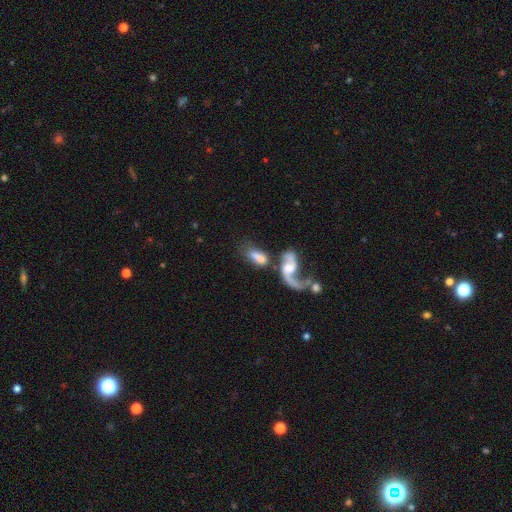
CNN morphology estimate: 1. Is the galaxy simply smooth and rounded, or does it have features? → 52% smooth, 40% featured or disk, 8% star or artifact.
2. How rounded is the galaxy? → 79% in between, 16% cigar-shaped, 6% round.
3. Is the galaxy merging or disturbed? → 52% merger, 22% none, 15% major disturbance, 11% minor disturbance.